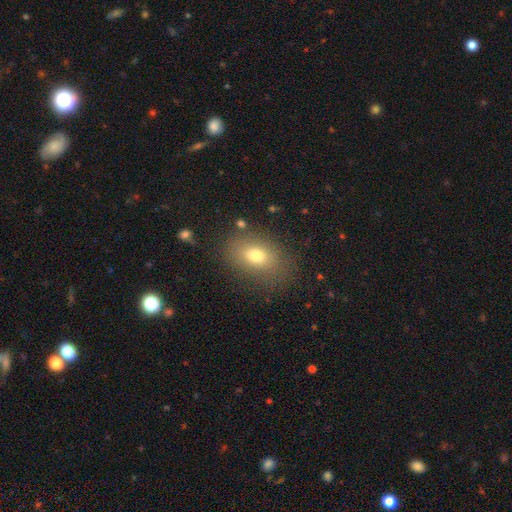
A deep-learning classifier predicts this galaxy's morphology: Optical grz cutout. It shows a smooth galaxy with no disk features (72%) that is in between round and cigar-shaped (76%). Merging: none (79%).